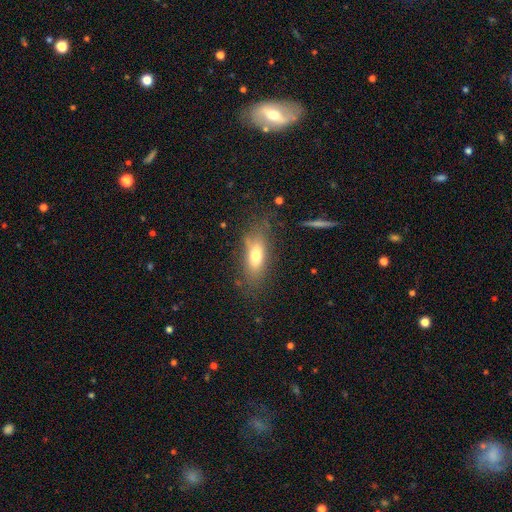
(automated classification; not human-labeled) A smooth galaxy with no disk features (68%) that is in between round and cigar-shaped (73%). Merging: none (71%).